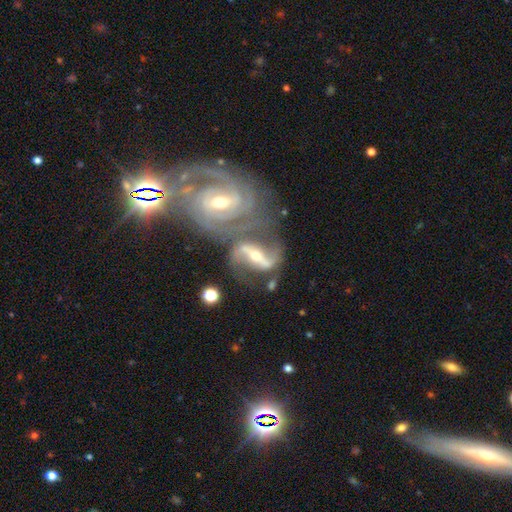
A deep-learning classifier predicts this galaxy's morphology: smooth_or_featured: featured or disk (p=0.88) [alt: smooth p=0.06]
disk_edge_on: no (p=0.95) [alt: yes p=0.05]
bar: strong (p=0.63) [alt: weak p=0.26]
has_spiral_arms: yes (p=0.96) [alt: no p=0.04]
spiral_winding: medium (p=0.46) [alt: loose p=0.36]
spiral_arm_count: 2 (p=0.87) [alt: can't tell p=0.04]
bulge_size: moderate (p=0.55) [alt: small p=0.40]
merging: merger (p=0.52) [alt: none p=0.29]